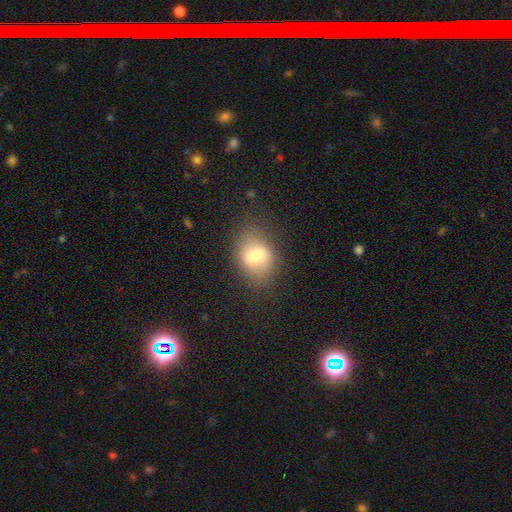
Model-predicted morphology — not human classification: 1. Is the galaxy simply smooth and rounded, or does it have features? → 68% smooth, 22% featured or disk, 10% star or artifact.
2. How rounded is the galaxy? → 66% in between, 32% round, 2% cigar-shaped.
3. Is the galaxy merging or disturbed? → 76% none, 16% minor disturbance, 7% major disturbance, 2% merger.